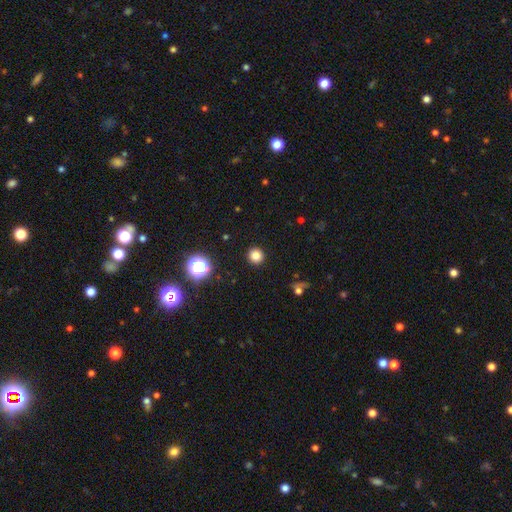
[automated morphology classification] smooth-or-featured: smooth: 81% | star or artifact: 14% | featured or disk: 5%
  how-rounded: round: 94% | in between: 5% | cigar-shaped: 1%
  merging: none: 93% | minor disturbance: 4% | major disturbance: 2% | merger: 1%